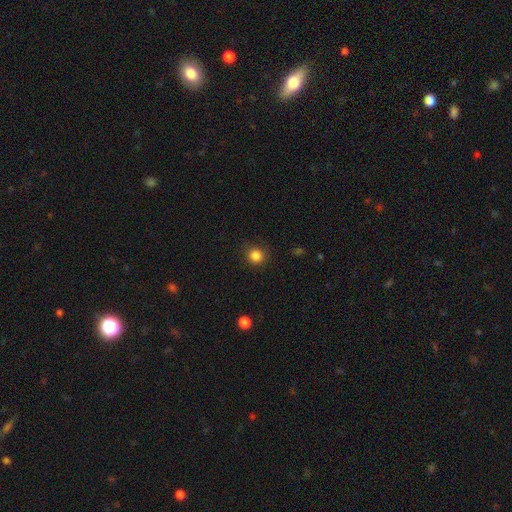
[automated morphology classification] type=smooth (85%); roundness=round (91%); merging=none (86%).